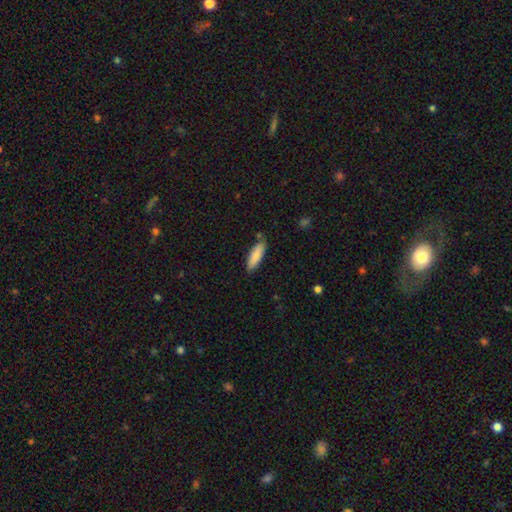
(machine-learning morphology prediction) The model was most divided on "how rounded": cigar-shaped: 54%, in between: 44%, round: 1%. More confident: smooth or featured — smooth (85%); merging — none (81%).